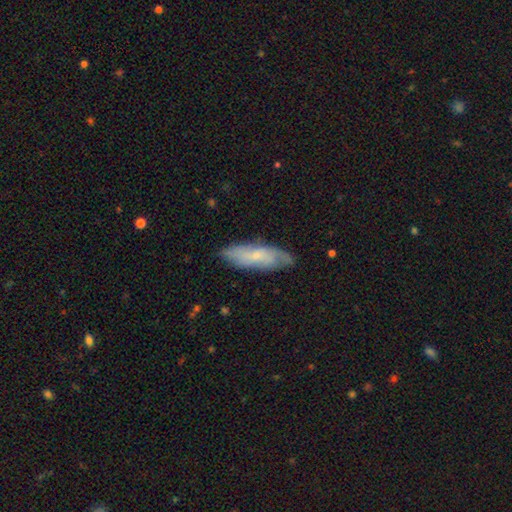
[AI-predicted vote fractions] smooth-or-featured: smooth: 49% | featured or disk: 45% | star or artifact: 6%
  merging: none: 74% | minor disturbance: 20% | major disturbance: 4% | merger: 1%